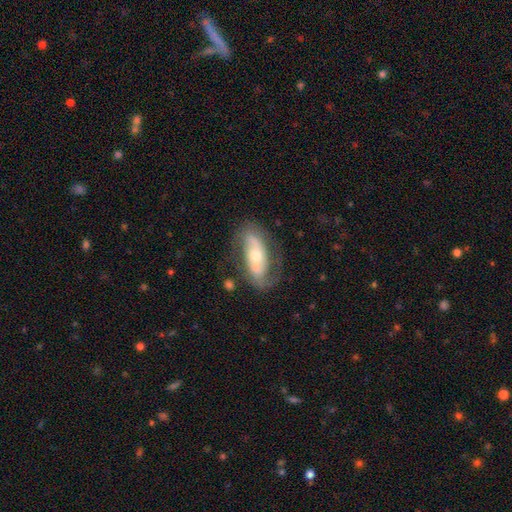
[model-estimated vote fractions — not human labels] Q: Smooth or featured?
A: featured or disk (68%); runner-up: smooth (26%)
Q: Edge-on disk?
A: no (87%); runner-up: yes (13%)
Q: Bar?
A: no (55%); runner-up: weak (23%)
Q: Spiral arms?
A: yes (74%); runner-up: no (26%)
Q: Bulge size?
A: moderate (60%); runner-up: small (32%)
Q: Merging?
A: none (68%); runner-up: minor disturbance (19%)